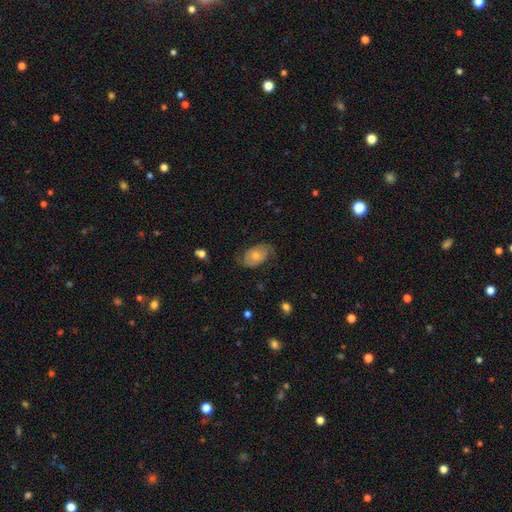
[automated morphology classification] Overall: smooth (53%; featured or disk 40%). How rounded: in between (87%). Merging: none (61%; minor disturbance 26%).